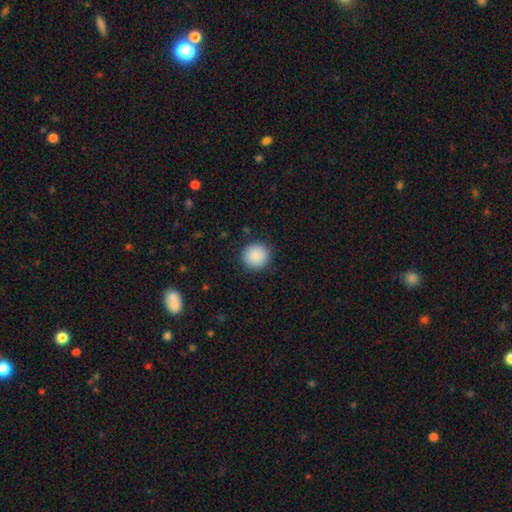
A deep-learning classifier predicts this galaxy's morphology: Smooth or featured? Predicted: smooth (p=0.89). How rounded? Predicted: round (p=0.94). Merging? Predicted: none (p=0.91).